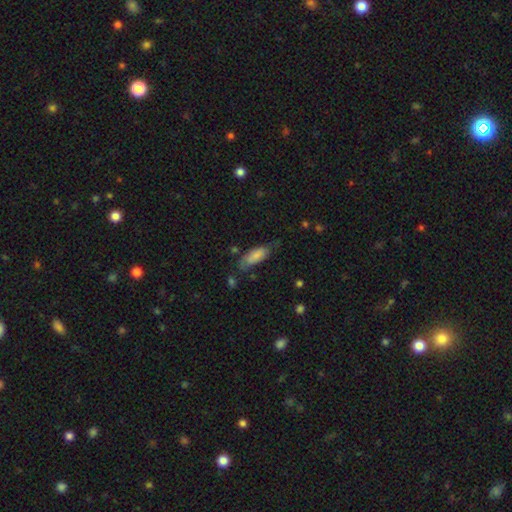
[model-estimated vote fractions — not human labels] Smooth or featured?
  - smooth: 77% *
  - featured or disk: 17%
  - star or artifact: 6%
How rounded?
  - in between: 77% *
  - cigar-shaped: 22%
  - round: 2%
Merging?
  - none: 54% *
  - minor disturbance: 32%
  - major disturbance: 11%
  - merger: 4%